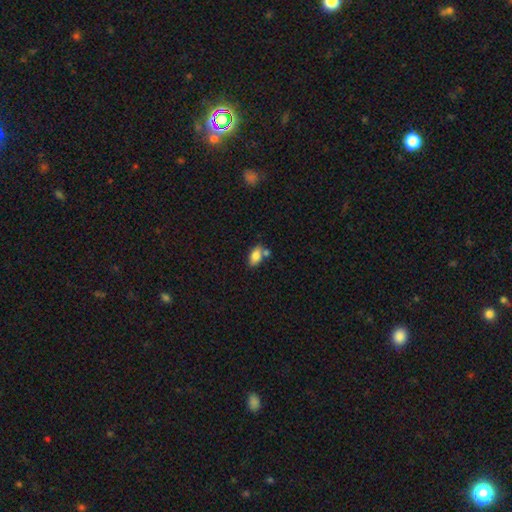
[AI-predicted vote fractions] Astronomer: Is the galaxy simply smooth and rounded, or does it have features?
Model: smooth — 81%.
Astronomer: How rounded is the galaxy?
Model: in between — 90%.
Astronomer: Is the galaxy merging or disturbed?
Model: none — 58%.